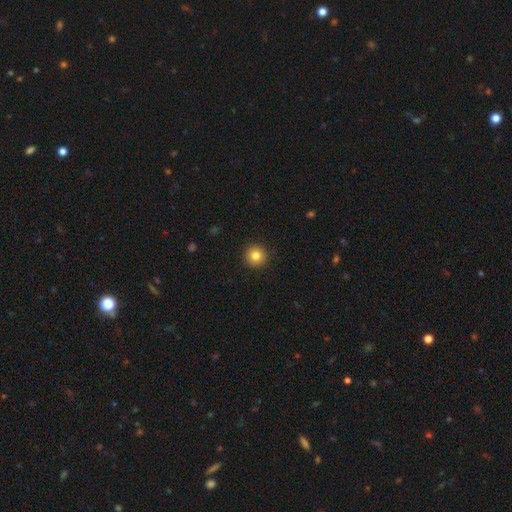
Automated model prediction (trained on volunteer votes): Smooth or featured?
  - smooth: 82% *
  - star or artifact: 11%
  - featured or disk: 7%
How rounded?
  - round: 96% *
  - in between: 3%
  - cigar-shaped: 1%
Merging?
  - none: 93% *
  - minor disturbance: 5%
  - major disturbance: 2%
  - merger: 1%